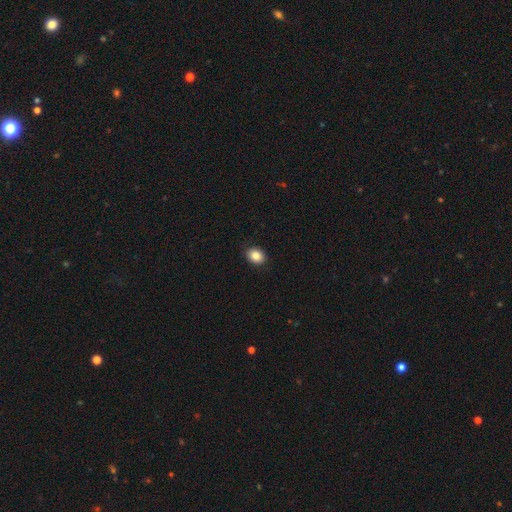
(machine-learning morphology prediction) smooth 86%, star or artifact 9%, featured or disk 5%. Down the decision tree: how rounded — in between (54%); merging — none (90%).